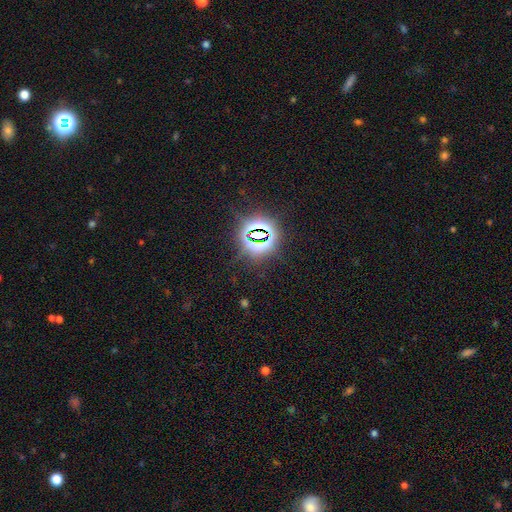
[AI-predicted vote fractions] A star or artifact, not a galaxy (80%).